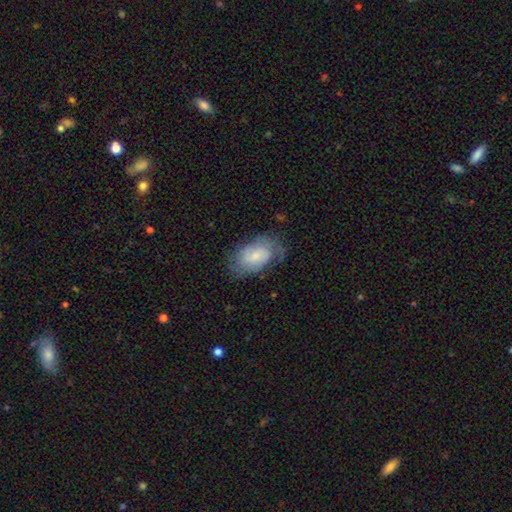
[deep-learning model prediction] Q: Smooth or featured?
A: smooth (47%); runner-up: featured or disk (46%)
Q: Merging?
A: none (58%); runner-up: minor disturbance (27%)